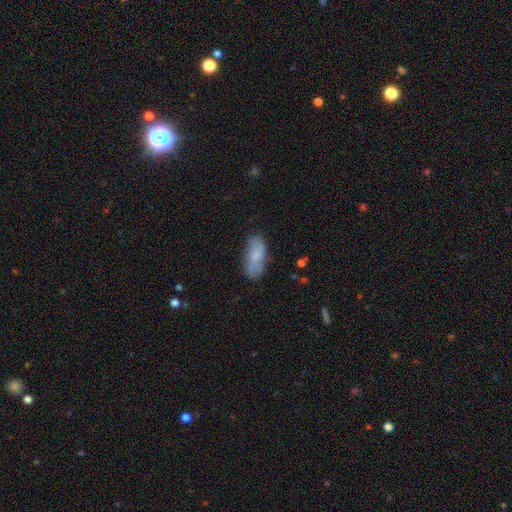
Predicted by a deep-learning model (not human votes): This appears to be a smooth galaxy with no disk features (68%) that is in between round and cigar-shaped (81%). Merging: none (70%).